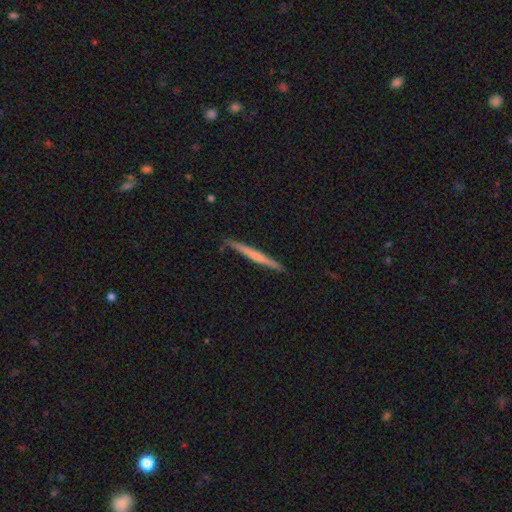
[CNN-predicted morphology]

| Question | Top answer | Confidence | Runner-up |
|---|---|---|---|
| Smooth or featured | featured or disk | 49% | smooth (45%) |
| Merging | none | 87% | minor disturbance (10%) |